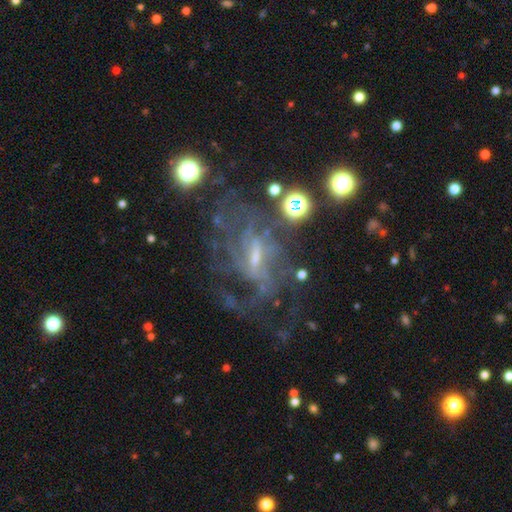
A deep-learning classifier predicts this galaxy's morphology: smooth-or-featured: featured or disk: 77% | star or artifact: 14% | smooth: 9%
  disk-edge-on: no: 95% | yes: 5%
    bar: weak: 51% | strong: 25% | no: 25%
    has-spiral-arms: yes: 76% | no: 24%
      spiral-winding: medium: 41% | tight: 33% | loose: 26%
      spiral-arm-count: can't tell: 53% | 2: 12% | 4: 11% | 3: 11% | more than 4: 7% | 1: 5%
    bulge-size: small: 50% | moderate: 29% | none: 17% | large: 3% | dominant: 1%
  merging: none: 48% | major disturbance: 31% | minor disturbance: 17% | merger: 5%